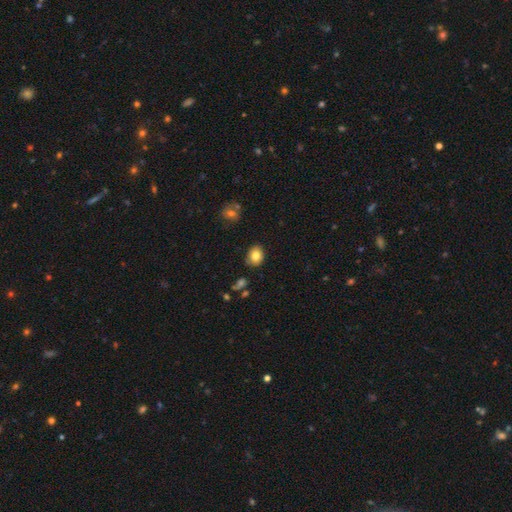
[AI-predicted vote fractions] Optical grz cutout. It shows a smooth galaxy with no disk features (81%) that is in between round and cigar-shaped (51%). Merging: none (84%).